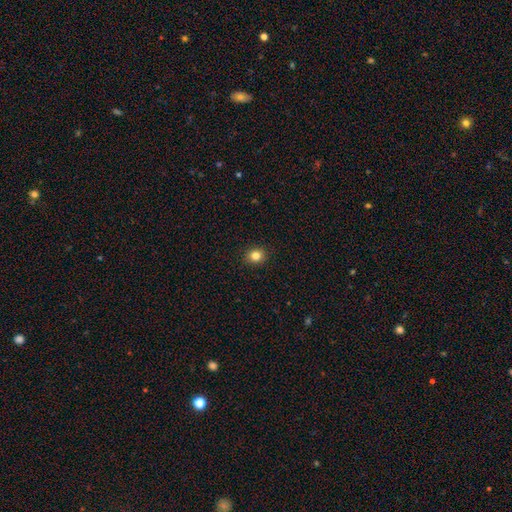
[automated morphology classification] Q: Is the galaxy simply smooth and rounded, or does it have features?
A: smooth — 83%.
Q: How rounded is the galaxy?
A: round — 78%.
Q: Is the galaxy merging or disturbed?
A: none — 92%.